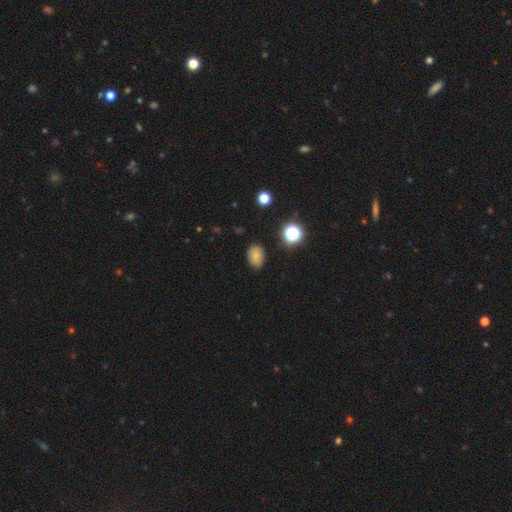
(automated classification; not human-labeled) This is likely a smooth galaxy (78%). How rounded: likely in between (75%). Merging: clearly none (83%).